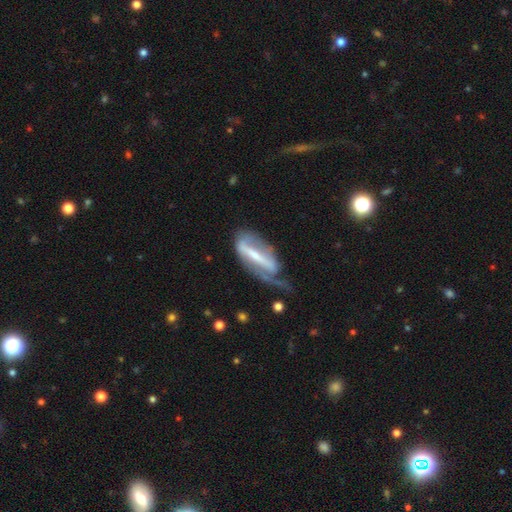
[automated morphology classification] The model was most divided on "merging": major disturbance: 37%, none: 32%, minor disturbance: 27%, merger: 4%. More confident: edge-on disk — no (81%); smooth or featured — featured or disk (75%); bar — strong (74%); spiral arms — yes (73%); bulge size — small (50%).